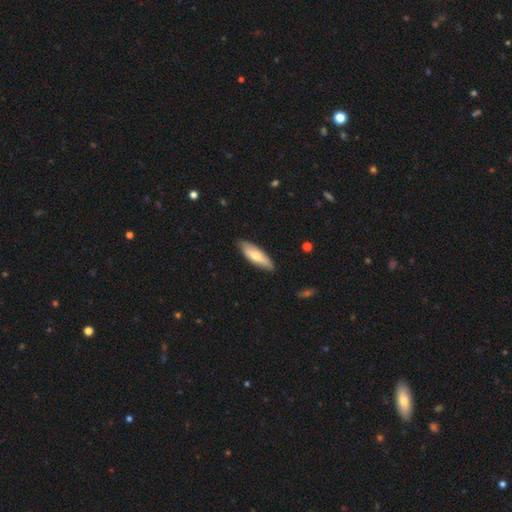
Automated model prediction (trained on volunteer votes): Overall: smooth (63%; featured or disk 31%). How rounded: in between (54%; cigar-shaped 44%). Merging: none (85%).